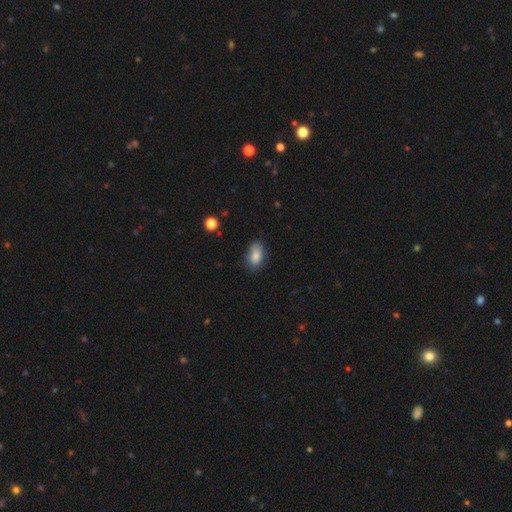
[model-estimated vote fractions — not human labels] Q: Smooth or featured?
A: smooth (84%); runner-up: star or artifact (9%)
Q: How rounded?
A: in between (88%); runner-up: round (9%)
Q: Merging?
A: none (70%); runner-up: minor disturbance (23%)